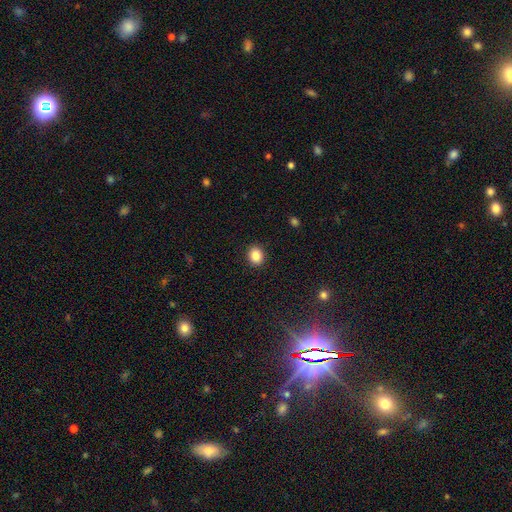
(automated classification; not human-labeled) smooth-or-featured: smooth: 85% | star or artifact: 10% | featured or disk: 5%
  how-rounded: round: 67% | in between: 32% | cigar-shaped: 1%
  merging: none: 91% | minor disturbance: 6% | major disturbance: 2% | merger: 1%